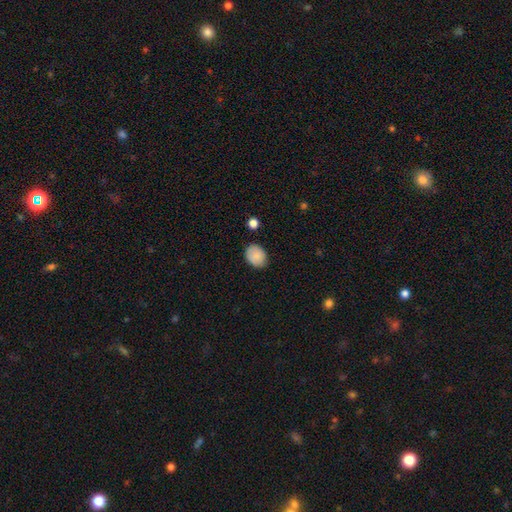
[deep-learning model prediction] The model was most divided on "how rounded": in between: 57%, round: 42%, cigar-shaped: 1%. More confident: smooth or featured — smooth (86%); merging — none (82%).